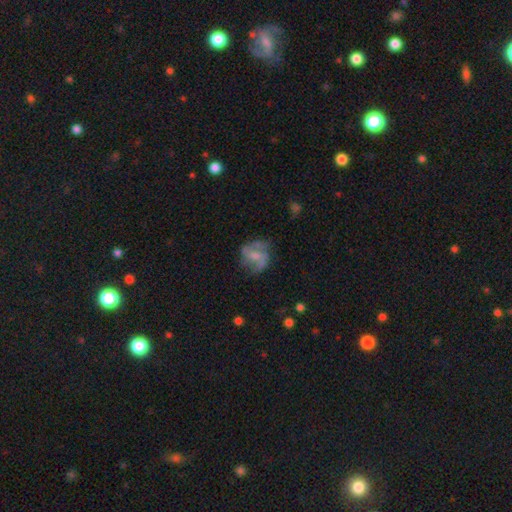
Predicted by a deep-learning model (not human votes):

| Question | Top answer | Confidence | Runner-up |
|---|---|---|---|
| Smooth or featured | featured or disk | 58% | smooth (34%) |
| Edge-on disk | no | 97% | yes (3%) |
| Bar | weak | 46% | no (38%) |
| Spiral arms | yes | 74% | no (26%) |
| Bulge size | small | 38% | moderate (32%) |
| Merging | none | 58% | minor disturbance (23%) |